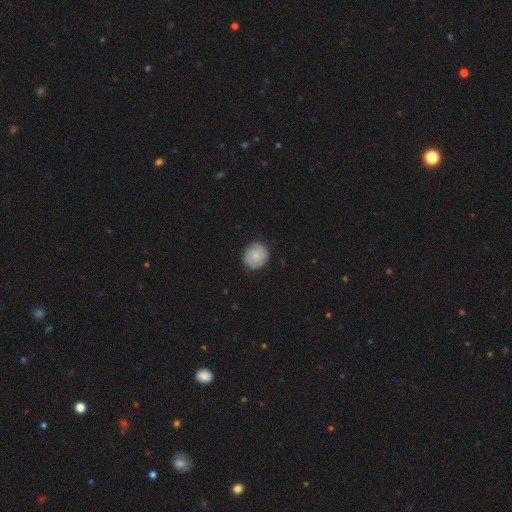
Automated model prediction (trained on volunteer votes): smooth 60%, featured or disk 33%, star or artifact 7%. Down the decision tree: how rounded — round (86%); merging — none (82%).